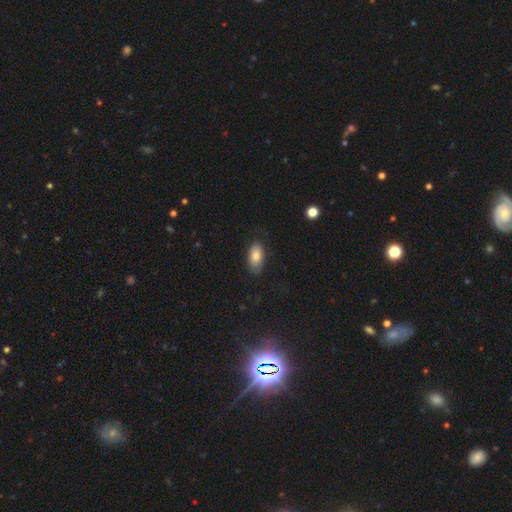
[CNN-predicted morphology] smooth 82%, featured or disk 11%, star or artifact 7%. Down the decision tree: how rounded — in between (92%); merging — none (77%).